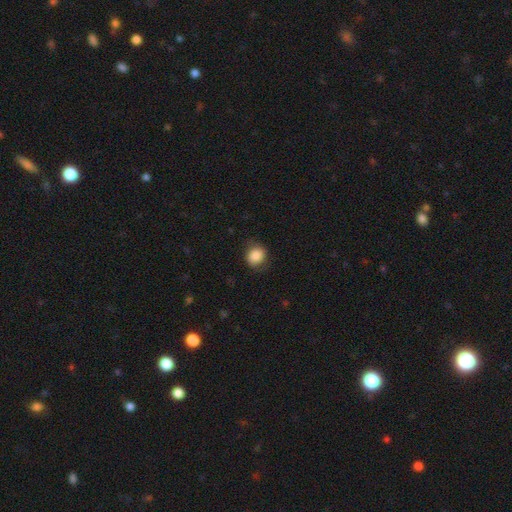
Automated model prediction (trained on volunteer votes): Q: Smooth or featured?
A: smooth (87%); runner-up: star or artifact (8%)
Q: How rounded?
A: round (75%); runner-up: in between (24%)
Q: Merging?
A: none (79%); runner-up: minor disturbance (16%)